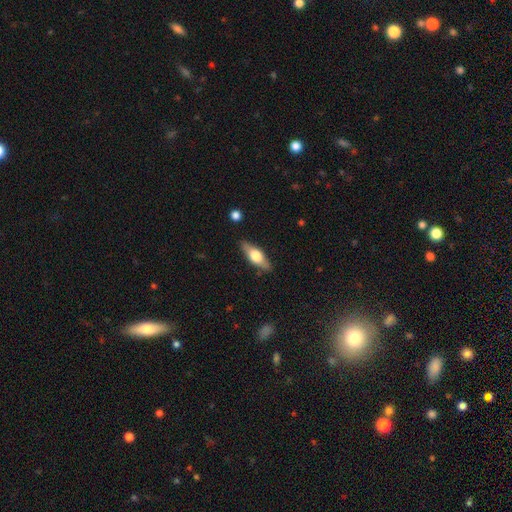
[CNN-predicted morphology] smooth-or-featured: smooth: 51% | featured or disk: 43% | star or artifact: 6%
  how-rounded: in between: 64% | cigar-shaped: 33% | round: 3%
  merging: none: 86% | minor disturbance: 10% | major disturbance: 2% | merger: 1%